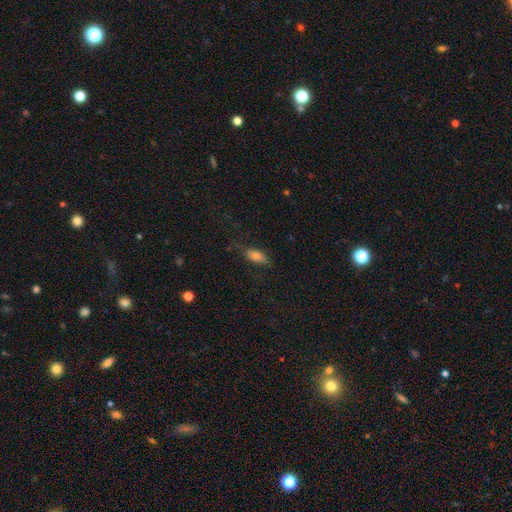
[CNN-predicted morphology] A smooth galaxy with no disk features (73%) that is in between round and cigar-shaped (72%). Merging: none (63%).